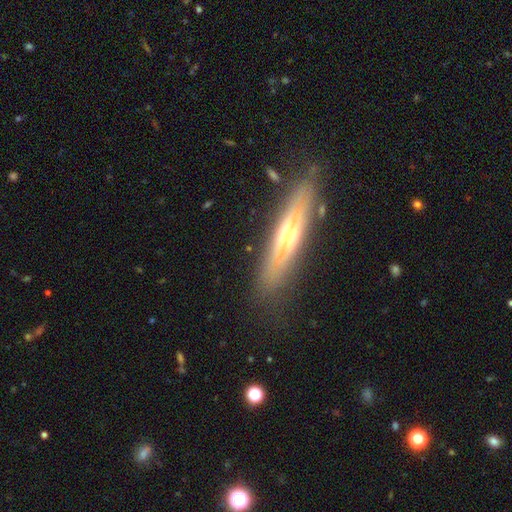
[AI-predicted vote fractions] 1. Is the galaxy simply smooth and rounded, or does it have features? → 52% featured or disk, 40% smooth, 8% star or artifact.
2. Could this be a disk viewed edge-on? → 81% yes, 19% no.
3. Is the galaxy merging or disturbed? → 84% none, 12% minor disturbance, 3% major disturbance, 2% merger.